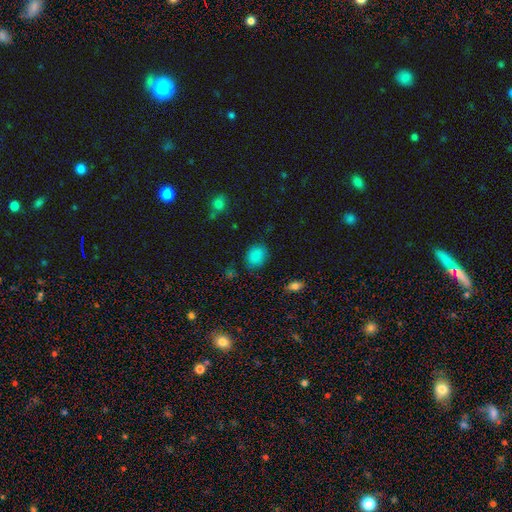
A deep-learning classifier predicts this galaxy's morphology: The model was most divided on "how rounded": round: 51%, in between: 48%, cigar-shaped: 1%. More confident: smooth or featured — smooth (84%); merging — none (80%).